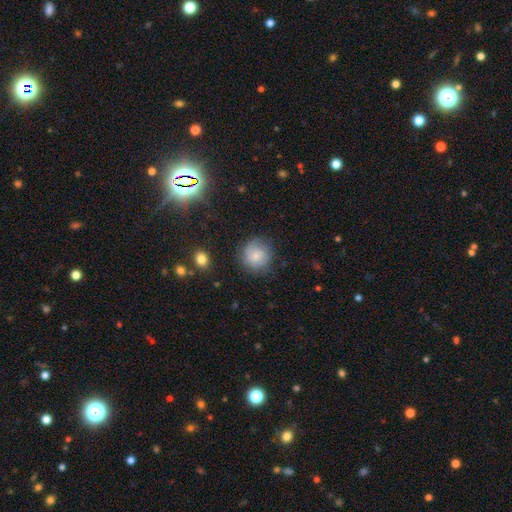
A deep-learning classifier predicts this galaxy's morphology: This appears to be a smooth galaxy with no disk features (66%) that is round (89%). Merging: none (75%).